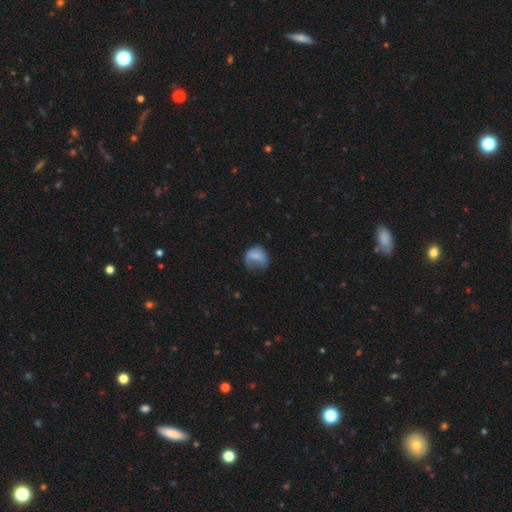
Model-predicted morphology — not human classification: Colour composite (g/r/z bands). It shows a smooth galaxy with no disk features (65%) that is round (50%). Merging: major disturbance (41%).